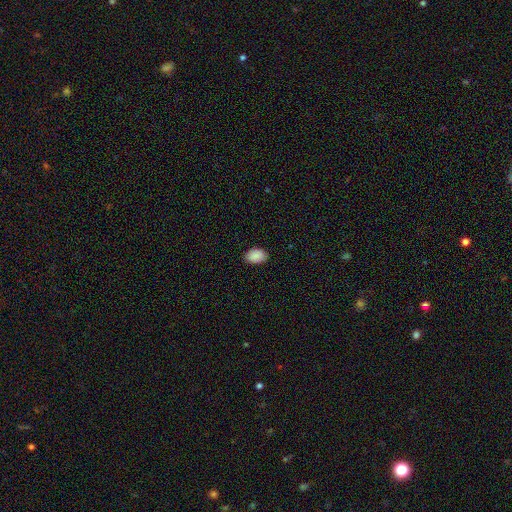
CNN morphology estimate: Smooth or featured?
  - smooth: 89% *
  - star or artifact: 7%
  - featured or disk: 4%
How rounded?
  - in between: 87% *
  - round: 12%
  - cigar-shaped: 1%
Merging?
  - none: 85% *
  - minor disturbance: 11%
  - major disturbance: 2%
  - merger: 1%